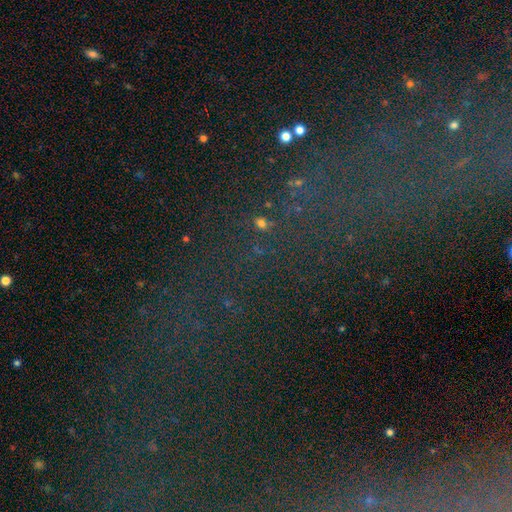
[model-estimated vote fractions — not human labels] star or artifact 74%, smooth 14%, featured or disk 12%.